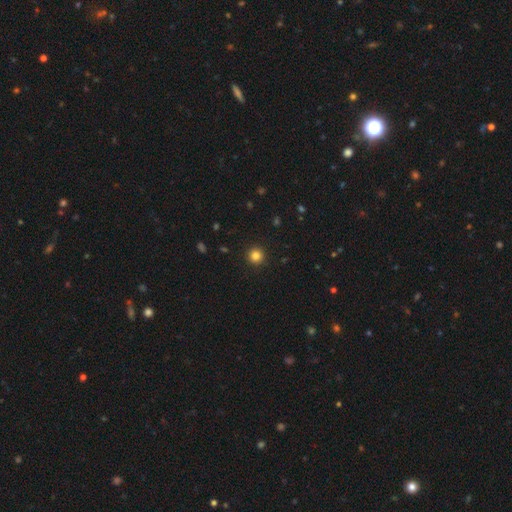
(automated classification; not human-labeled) Smooth or featured?
  - smooth: 83% *
  - star or artifact: 12%
  - featured or disk: 5%
How rounded?
  - round: 95% *
  - in between: 4%
  - cigar-shaped: 1%
Merging?
  - none: 93% *
  - minor disturbance: 4%
  - major disturbance: 2%
  - merger: 1%